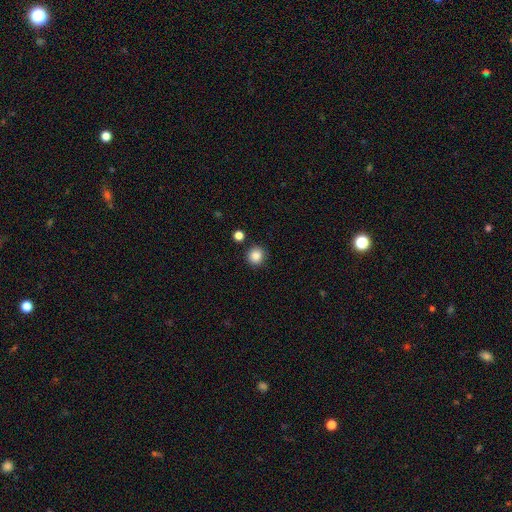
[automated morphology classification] smooth_or_featured: smooth (p=0.85) [alt: star or artifact p=0.10]
how_rounded: round (p=0.92) [alt: in between p=0.07]
merging: none (p=0.88) [alt: minor disturbance p=0.07]